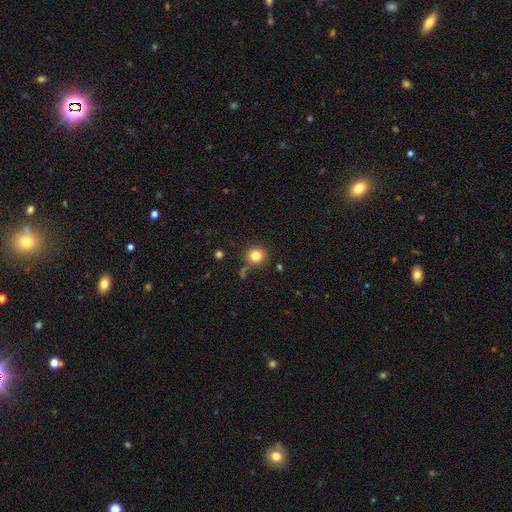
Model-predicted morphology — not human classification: Q: Smooth or featured?
A: smooth (80%); runner-up: star or artifact (13%)
Q: How rounded?
A: round (91%); runner-up: in between (8%)
Q: Merging?
A: none (81%); runner-up: minor disturbance (10%)